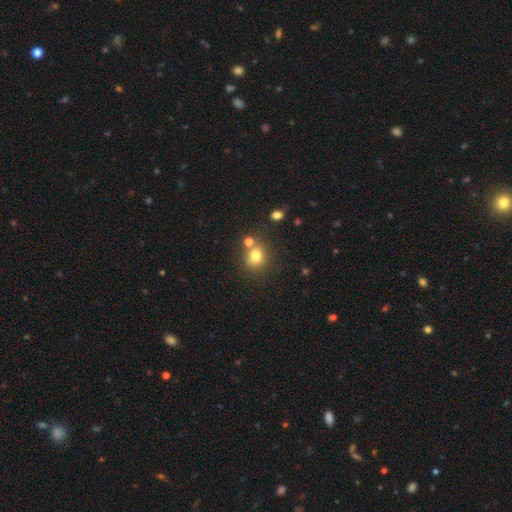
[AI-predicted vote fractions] This appears to be a smooth galaxy with no disk features (76%) that is round (79%). Merging: none (67%).